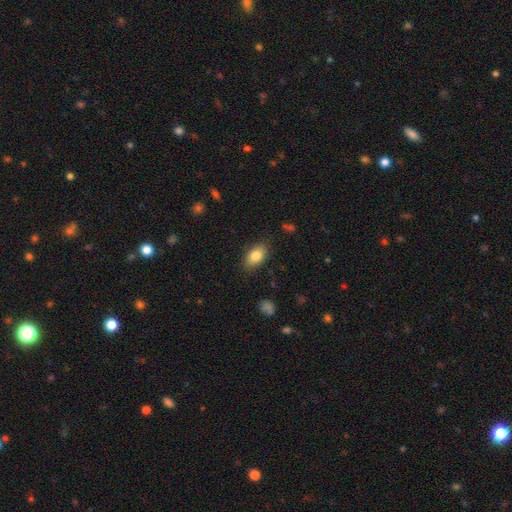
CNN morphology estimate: smooth_or_featured: smooth (p=0.82) [alt: featured or disk p=0.11]
how_rounded: in between (p=0.90) [alt: round p=0.07]
merging: none (p=0.84) [alt: minor disturbance p=0.12]